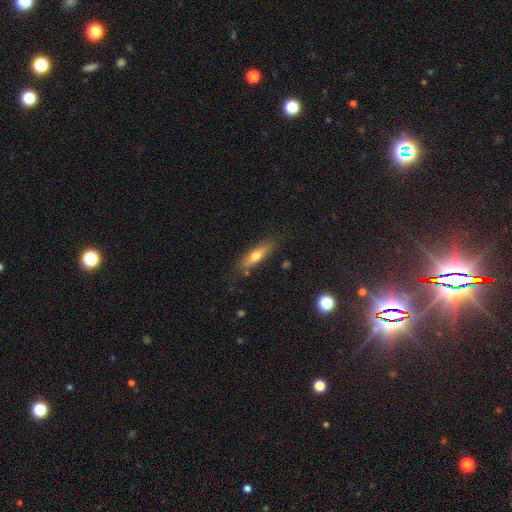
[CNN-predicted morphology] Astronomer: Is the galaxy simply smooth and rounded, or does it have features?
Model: smooth — 62%.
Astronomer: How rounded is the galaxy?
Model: cigar-shaped — 62%.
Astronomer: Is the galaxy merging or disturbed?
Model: none — 79%.